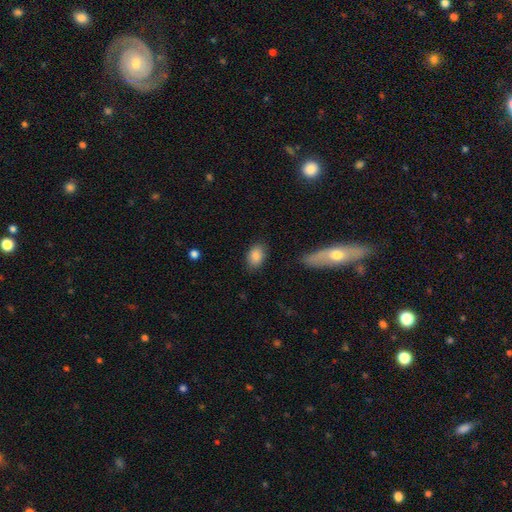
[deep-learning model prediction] The model was most divided on "merging": none: 83%, minor disturbance: 12%, major disturbance: 3%, merger: 2%. More confident: smooth or featured — smooth (86%); how rounded — in between (86%).